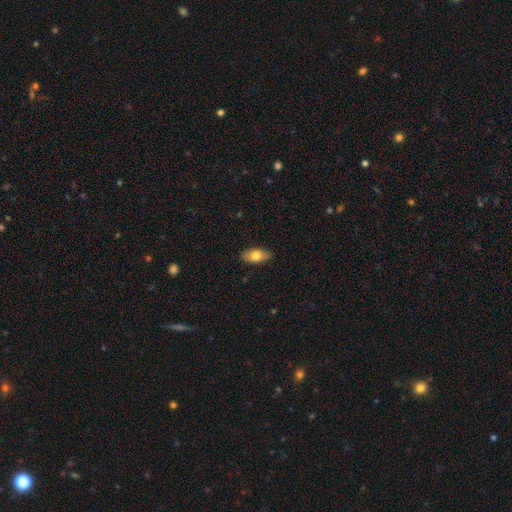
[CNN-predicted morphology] Smooth or featured? Predicted: smooth (p=0.76). How rounded? Predicted: in between (p=0.89). Merging? Predicted: none (p=0.87).